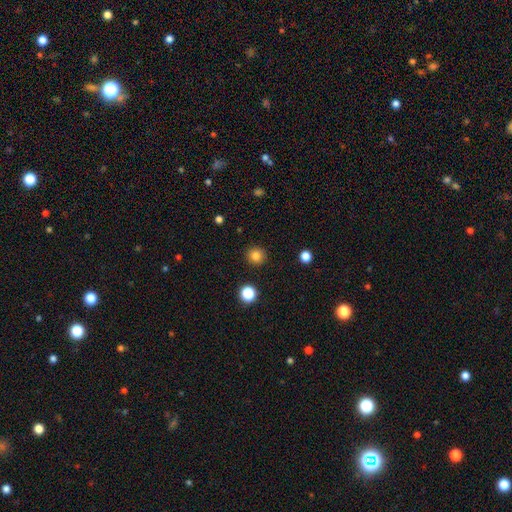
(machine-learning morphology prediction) smooth-or-featured: smooth: 83% | star or artifact: 12% | featured or disk: 5%
  how-rounded: round: 92% | in between: 7% | cigar-shaped: 1%
  merging: none: 92% | minor disturbance: 5% | major disturbance: 2% | merger: 1%